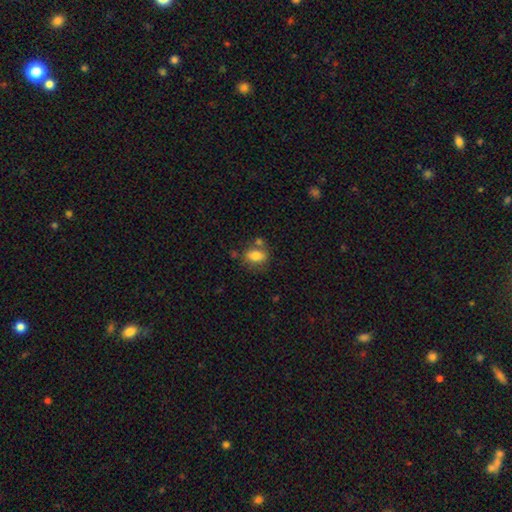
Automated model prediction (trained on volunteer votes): Overall: smooth (77%). How rounded: in between (76%). Merging: none (60%).